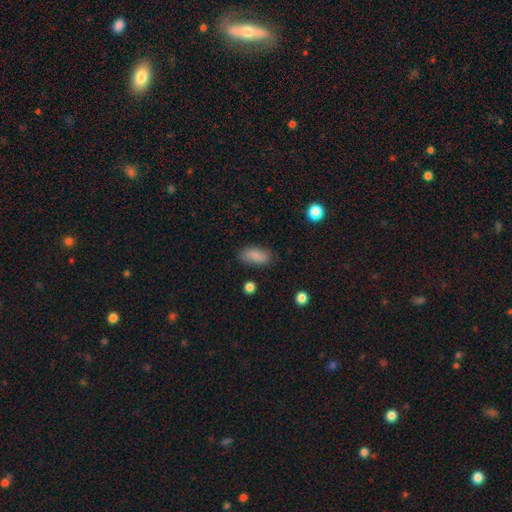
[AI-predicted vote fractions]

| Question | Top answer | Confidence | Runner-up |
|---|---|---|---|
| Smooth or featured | smooth | 86% | star or artifact (8%) |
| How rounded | in between | 88% | cigar-shaped (9%) |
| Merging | none | 81% | minor disturbance (14%) |